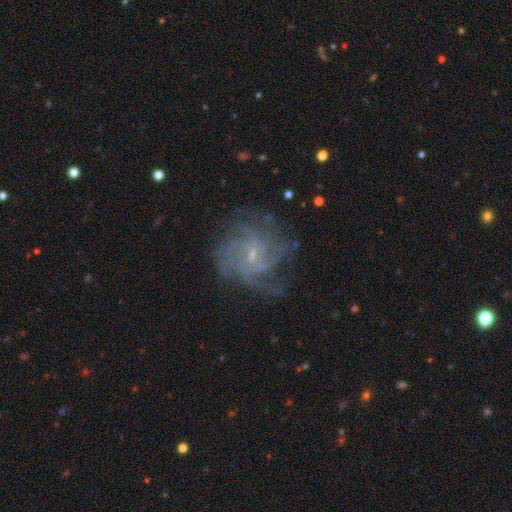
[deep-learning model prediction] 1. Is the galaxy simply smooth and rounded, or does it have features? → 76% featured or disk, 13% star or artifact, 11% smooth.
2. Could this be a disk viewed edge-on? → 97% no, 3% yes.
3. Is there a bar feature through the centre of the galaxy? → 58% no, 36% weak, 6% strong.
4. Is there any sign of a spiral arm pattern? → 93% yes, 7% no.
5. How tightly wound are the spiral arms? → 44% tight, 42% medium, 14% loose.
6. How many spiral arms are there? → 32% can't tell, 24% 4, 16% 3, 11% more than 4, 10% 2, 7% 1.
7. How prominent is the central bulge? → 77% small, 15% moderate, 5% none, 1% large, 1% dominant.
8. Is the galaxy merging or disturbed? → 71% none, 16% minor disturbance, 11% major disturbance, 1% merger.